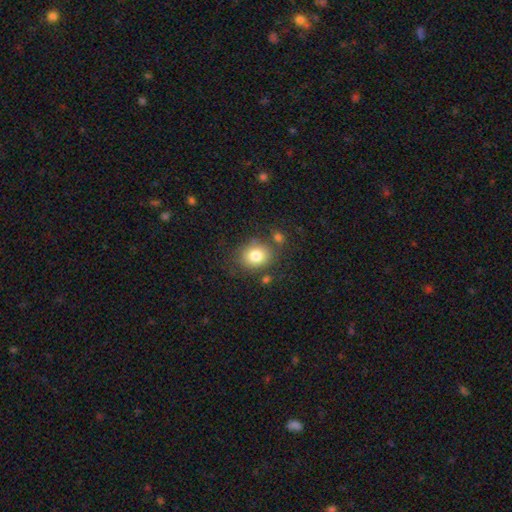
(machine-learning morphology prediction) Overall: smooth (81%). How rounded: round (57%; in between 42%). Merging: none (73%).